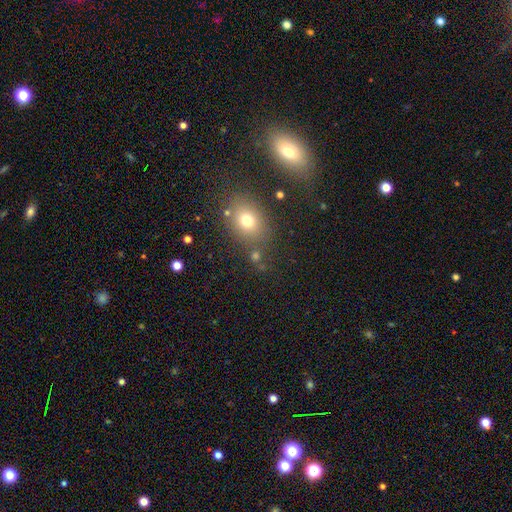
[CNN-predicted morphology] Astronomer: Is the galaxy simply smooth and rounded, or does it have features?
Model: smooth — 63%.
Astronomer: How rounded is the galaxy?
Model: round — 54% (runner-up: in between, 43%).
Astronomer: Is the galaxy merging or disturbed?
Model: none — 75%.